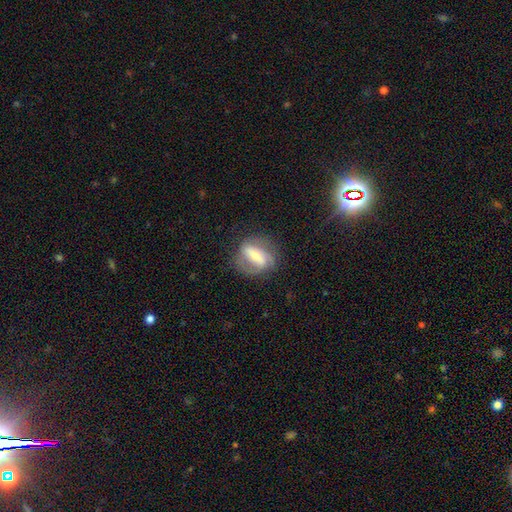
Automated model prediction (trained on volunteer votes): A featured or disk galaxy (63%) with a strong bar (61%), spiral arms (69%) and a moderate central bulge (45%). Merging: none (66%).